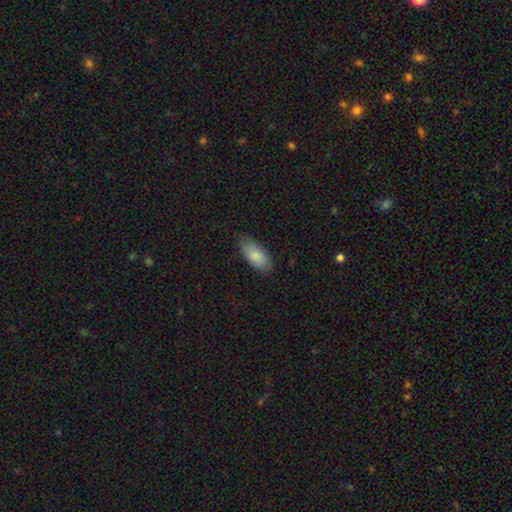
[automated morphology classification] Overall: smooth (85%). How rounded: in between (91%). Merging: none (78%).